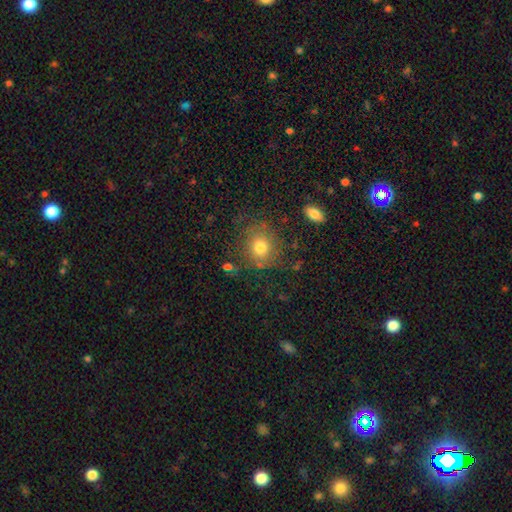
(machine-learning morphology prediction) smooth_or_featured: smooth (p=0.58) [alt: star or artifact p=0.28]
how_rounded: round (p=0.84) [alt: in between p=0.14]
merging: none (p=0.83) [alt: minor disturbance p=0.10]